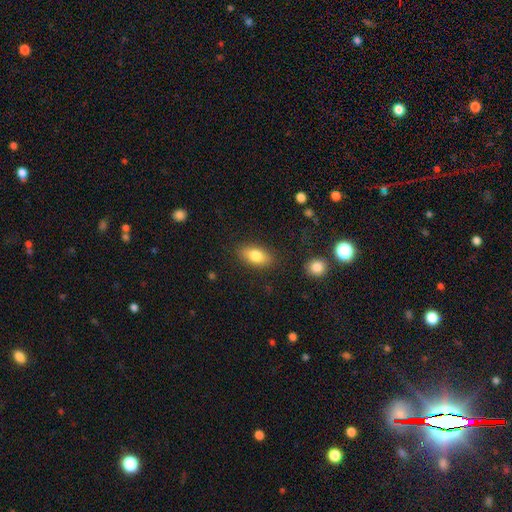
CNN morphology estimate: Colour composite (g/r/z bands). It shows a smooth galaxy with no disk features (80%) that is in between round and cigar-shaped (87%). Merging: none (85%).